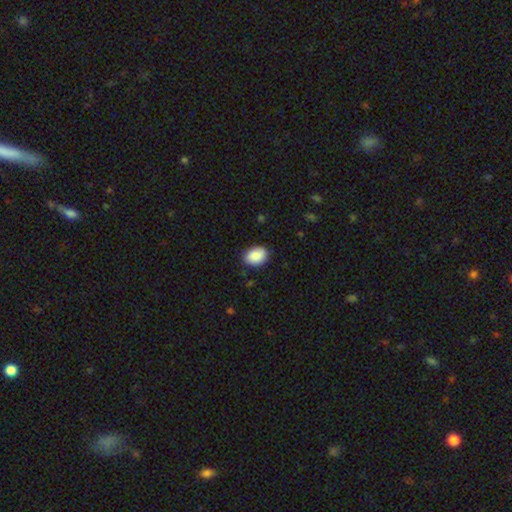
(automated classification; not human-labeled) smooth 89%, star or artifact 7%, featured or disk 4%. Down the decision tree: how rounded — in between (78%); merging — none (84%).